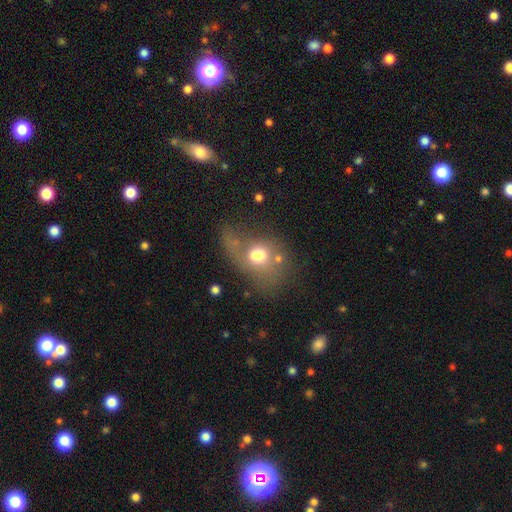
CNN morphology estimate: Overall: smooth (62%; featured or disk 25%). How rounded: in between (57%; round 41%). Merging: none (34%; major disturbance 31%).